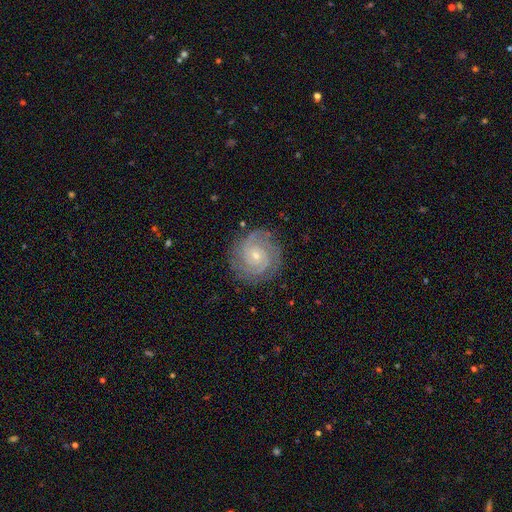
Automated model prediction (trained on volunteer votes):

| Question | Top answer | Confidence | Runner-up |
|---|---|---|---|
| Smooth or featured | featured or disk | 88% | smooth (7%) |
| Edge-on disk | no | 98% | yes (2%) |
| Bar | no | 70% | weak (25%) |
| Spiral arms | yes | 98% | no (2%) |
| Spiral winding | tight | 78% | medium (19%) |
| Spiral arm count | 2 | 41% | 3 (23%) |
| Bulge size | small | 75% | moderate (22%) |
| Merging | none | 84% | minor disturbance (12%) |